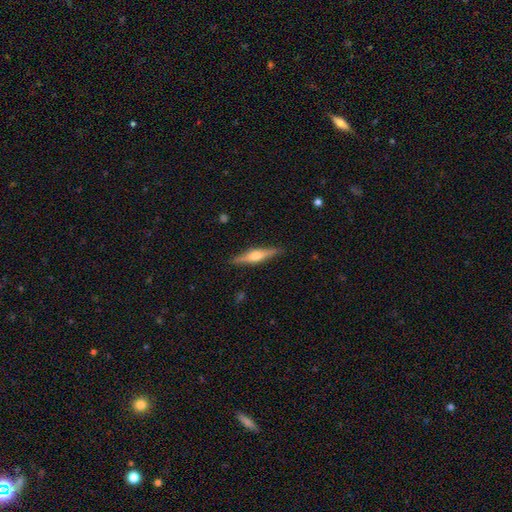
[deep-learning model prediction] The model was most divided on "smooth or featured": featured or disk: 65%, smooth: 29%, star or artifact: 6%. More confident: edge-on disk — yes (96%); edge-on bulge — rounded (91%); merging — none (89%).